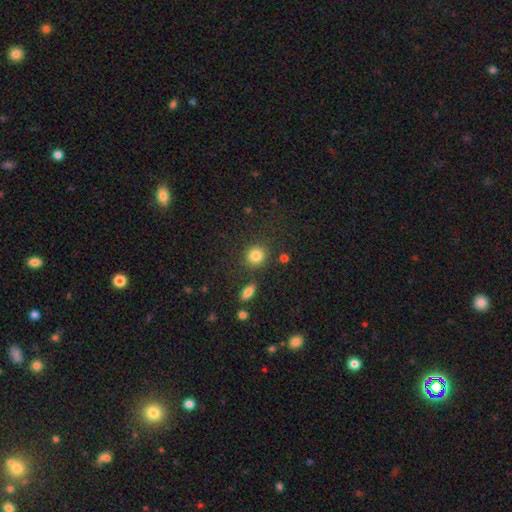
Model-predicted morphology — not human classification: Smooth or featured? smooth (83%)
How rounded? round (84%)
Merging? none (81%)